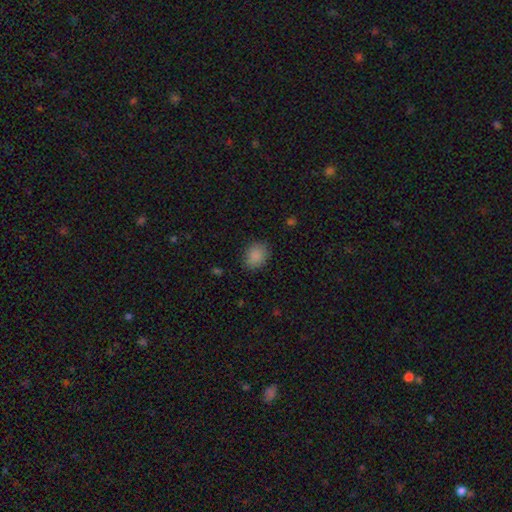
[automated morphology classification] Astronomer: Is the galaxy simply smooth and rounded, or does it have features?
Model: smooth — 87%.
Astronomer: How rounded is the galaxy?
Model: round — 54% (runner-up: in between, 45%).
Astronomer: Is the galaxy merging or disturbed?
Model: none — 84%.